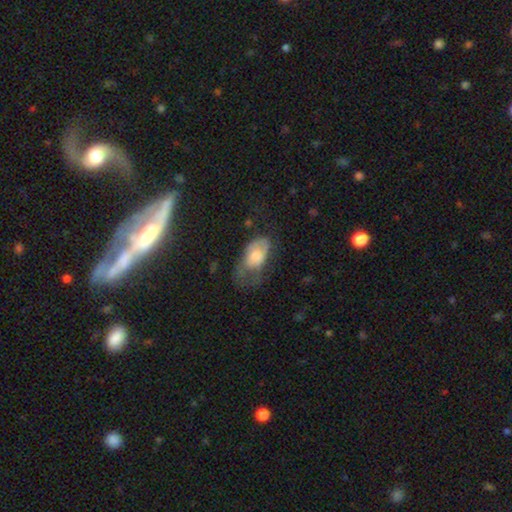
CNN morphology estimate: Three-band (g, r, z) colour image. It shows a smooth galaxy with no disk features (57%) that is in between round and cigar-shaped (90%). Merging: major disturbance (42%).